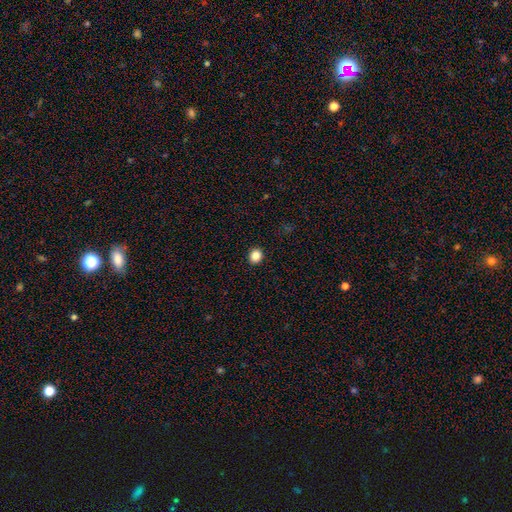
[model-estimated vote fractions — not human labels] This is clearly a smooth galaxy (86%). How rounded: clearly round (82%). Merging: clearly none (93%).